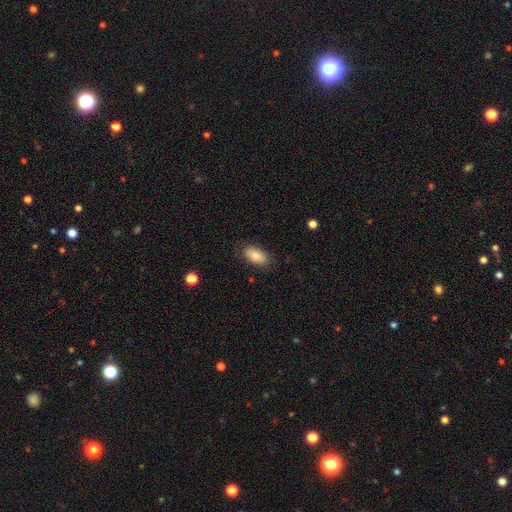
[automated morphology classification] This appears to be a smooth galaxy with no disk features (83%) that is in between round and cigar-shaped (93%). Merging: none (82%).